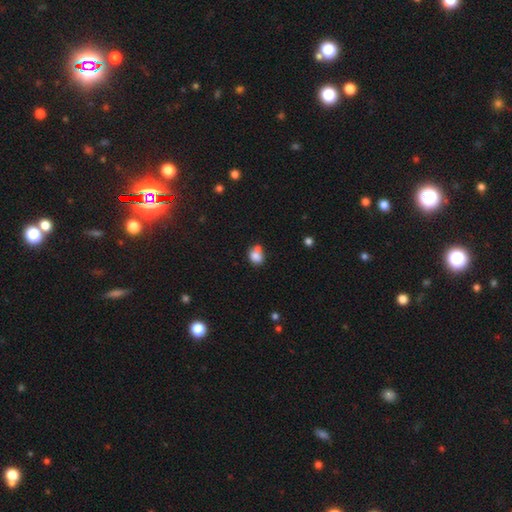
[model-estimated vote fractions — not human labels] Morphology: type=smooth (81%); roundness=round (59%); merging=none (43%).